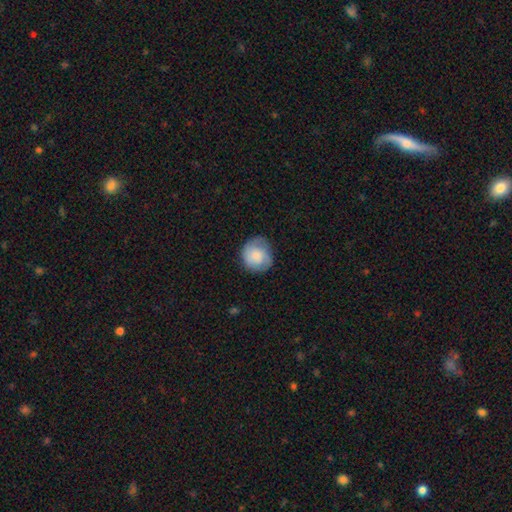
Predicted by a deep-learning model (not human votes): Smooth or featured: smooth — 69% (featured or disk — 24%)
How rounded: round — 86% (in between — 13%)
Merging: none — 74% (minor disturbance — 19%)